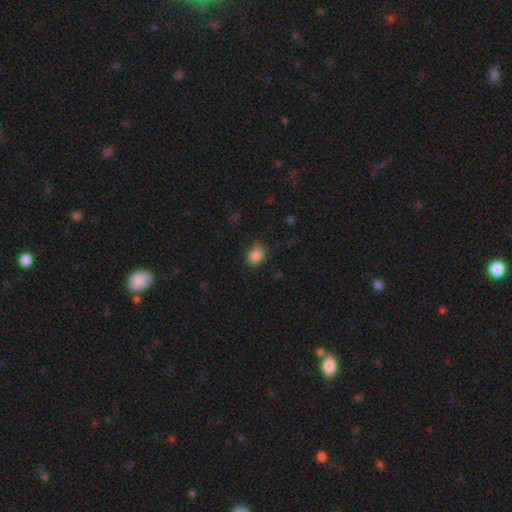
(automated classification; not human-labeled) Morphology: type=smooth (86%); roundness=in between (57%); merging=none (69%).